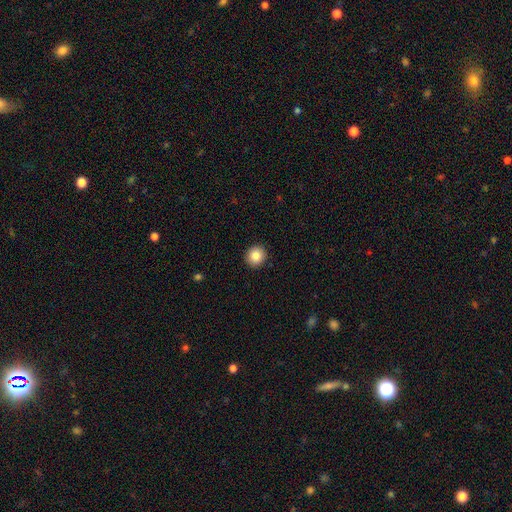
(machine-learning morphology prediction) Smooth or featured? Predicted: smooth (p=0.85). How rounded? Predicted: round (p=0.88). Merging? Predicted: none (p=0.92).